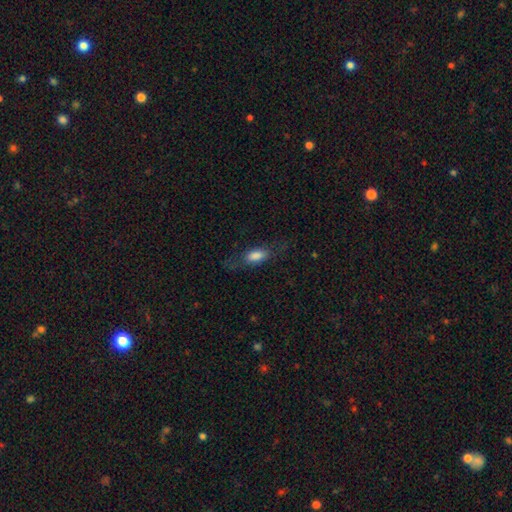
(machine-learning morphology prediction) Smooth or featured: smooth — 72% (featured or disk — 20%)
How rounded: in between — 76% (cigar-shaped — 19%)
Merging: none — 62% (minor disturbance — 21%)